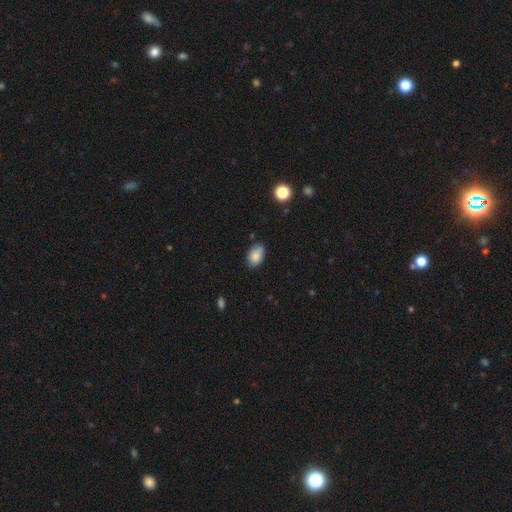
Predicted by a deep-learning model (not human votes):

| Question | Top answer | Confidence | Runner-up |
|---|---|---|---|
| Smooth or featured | smooth | 85% | star or artifact (8%) |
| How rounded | in between | 89% | round (10%) |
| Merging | none | 73% | minor disturbance (21%) |